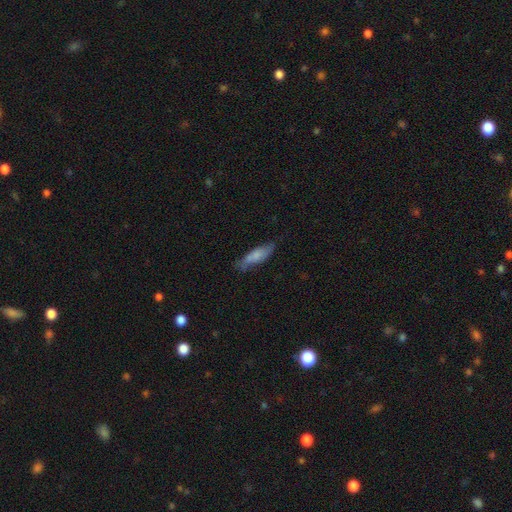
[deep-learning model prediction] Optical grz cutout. It shows a smooth galaxy with no disk features (68%) that is cigar-shaped (59%). Merging: none (65%).